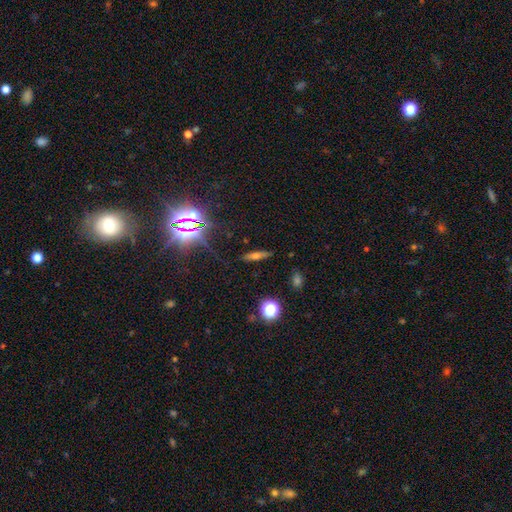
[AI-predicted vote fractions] Overall: smooth (42%; featured or disk 31%). Merging: none (85%).